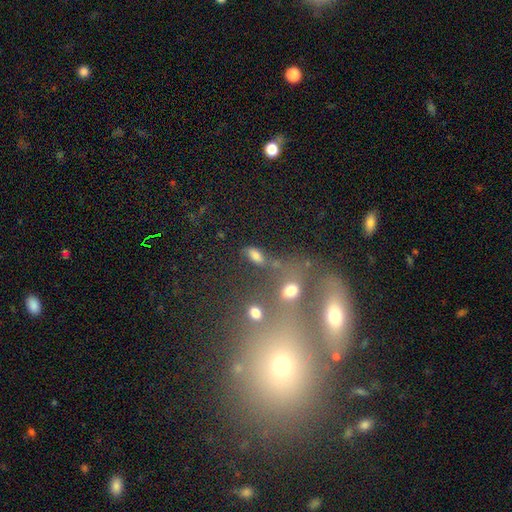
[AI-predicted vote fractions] Smooth or featured? smooth (74%)
How rounded? in between (80%)
Merging? none (57%)